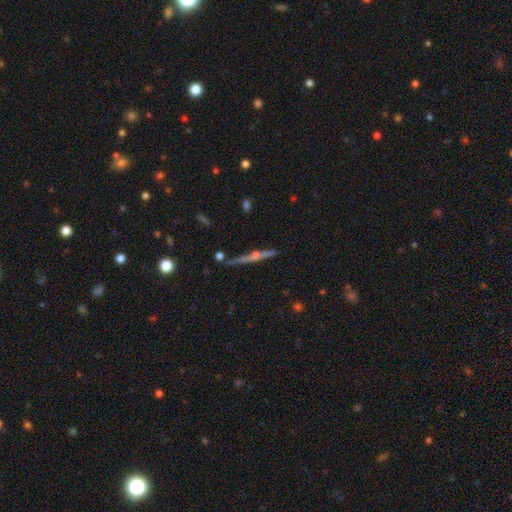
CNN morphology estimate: type=featured or disk (76%); edge-on=yes (97%); edge-on bulge=rounded (82%); merging=none (83%).